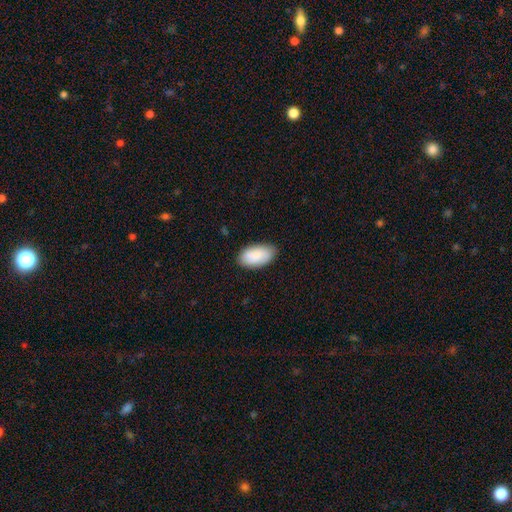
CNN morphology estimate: This appears to be a smooth galaxy with no disk features (88%) that is in between round and cigar-shaped (95%). Merging: none (84%).